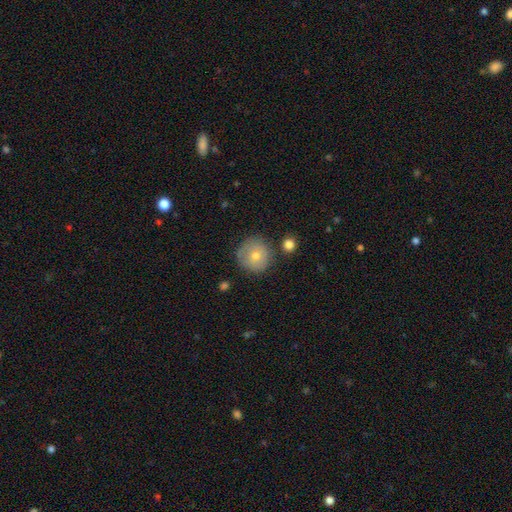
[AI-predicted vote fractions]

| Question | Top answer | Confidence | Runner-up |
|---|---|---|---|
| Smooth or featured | smooth | 70% | featured or disk (19%) |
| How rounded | round | 95% | in between (4%) |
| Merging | none | 82% | minor disturbance (12%) |